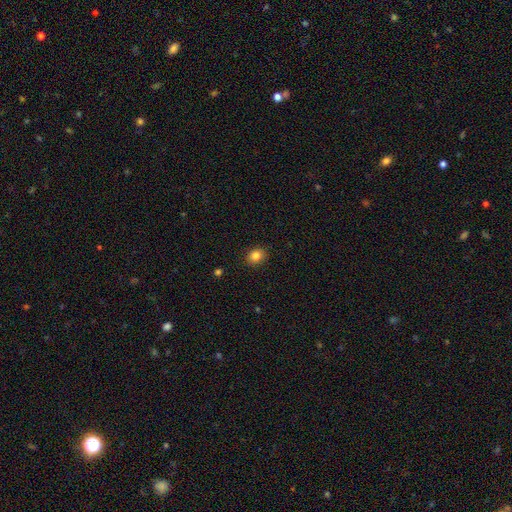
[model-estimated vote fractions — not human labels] Q: Smooth or featured?
A: smooth (84%); runner-up: star or artifact (10%)
Q: How rounded?
A: round (54%); runner-up: in between (45%)
Q: Merging?
A: none (90%); runner-up: minor disturbance (7%)